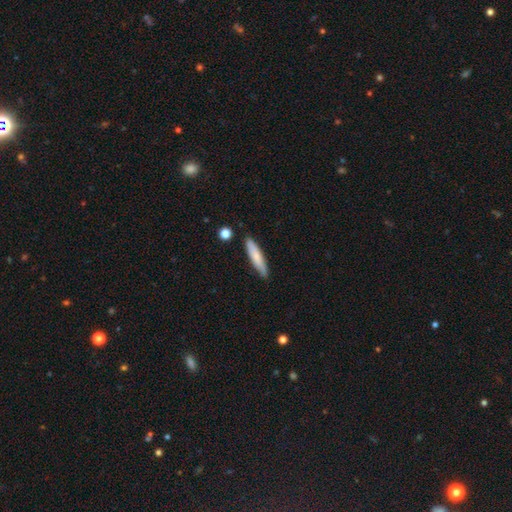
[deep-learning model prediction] This is likely a smooth galaxy (74%). How rounded: clearly cigar-shaped (82%). Merging: clearly none (81%).